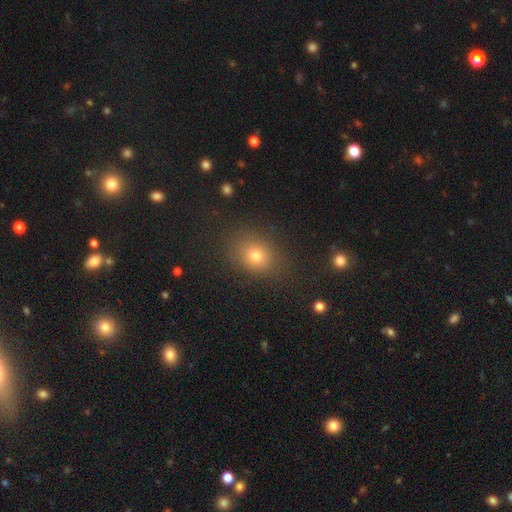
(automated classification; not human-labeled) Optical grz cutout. It shows a smooth galaxy with no disk features (74%) that is round (61%). Merging: none (82%).